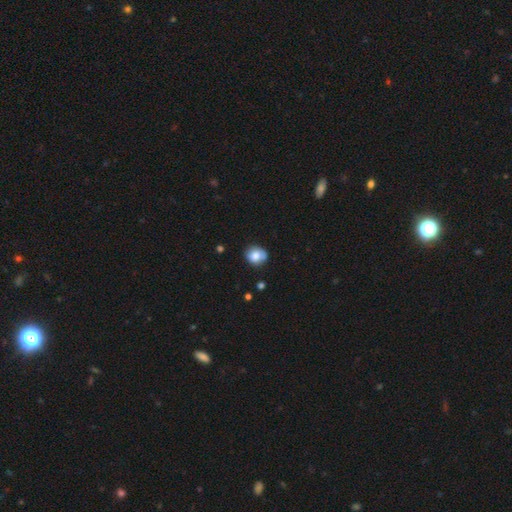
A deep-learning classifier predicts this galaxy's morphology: Smooth or featured? smooth (78%)
How rounded? round (75%)
Merging? none (69%)